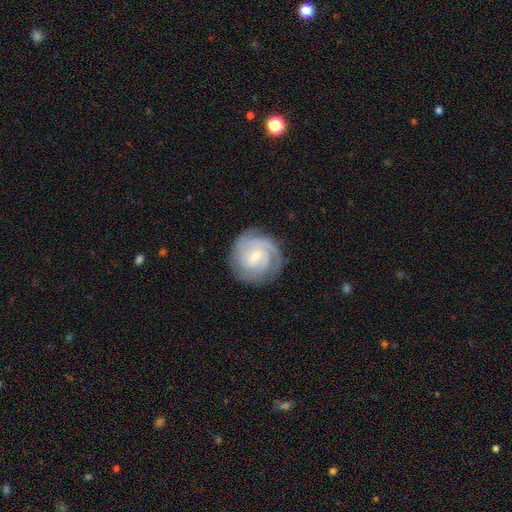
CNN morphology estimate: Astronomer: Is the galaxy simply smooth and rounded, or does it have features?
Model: featured or disk — 83%.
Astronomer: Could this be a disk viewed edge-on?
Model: no — 98%.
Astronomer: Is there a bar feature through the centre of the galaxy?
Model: no — 50% (runner-up: weak, 42%).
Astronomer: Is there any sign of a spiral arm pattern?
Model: yes — 97%.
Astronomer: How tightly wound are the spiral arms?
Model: tight — 69%.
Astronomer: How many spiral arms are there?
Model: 3 — 39% (runner-up: can't tell, 21%).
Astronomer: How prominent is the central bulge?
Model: small — 61% (runner-up: moderate, 36%).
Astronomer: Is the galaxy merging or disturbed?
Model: none — 81%.